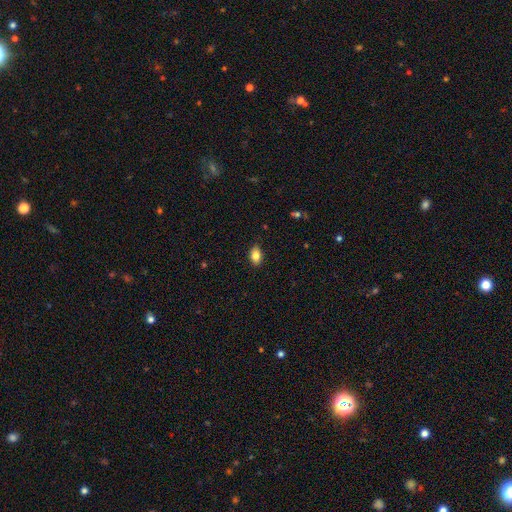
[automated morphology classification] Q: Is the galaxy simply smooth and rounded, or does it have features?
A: smooth — 85%.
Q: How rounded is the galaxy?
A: in between — 86%.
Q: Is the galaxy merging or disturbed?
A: none — 87%.